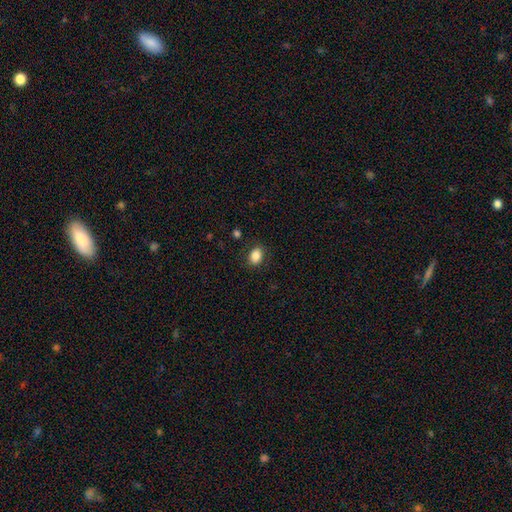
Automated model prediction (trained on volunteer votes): Morphology: type=smooth (86%); roundness=in between (74%); merging=none (85%).